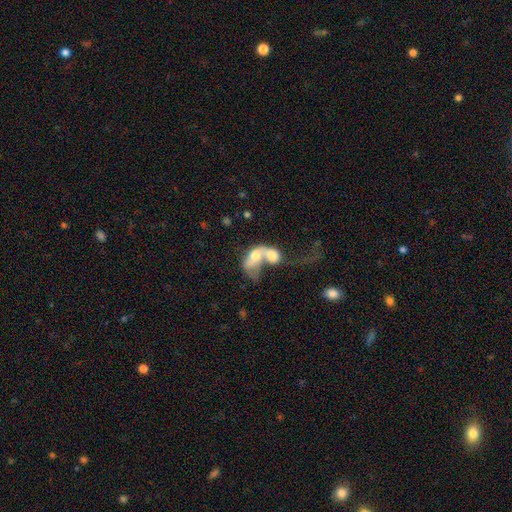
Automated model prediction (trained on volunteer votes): Smooth or featured? Predicted: smooth (p=0.52). How rounded? Predicted: in between (p=0.78). Merging? Predicted: merger (p=0.82).